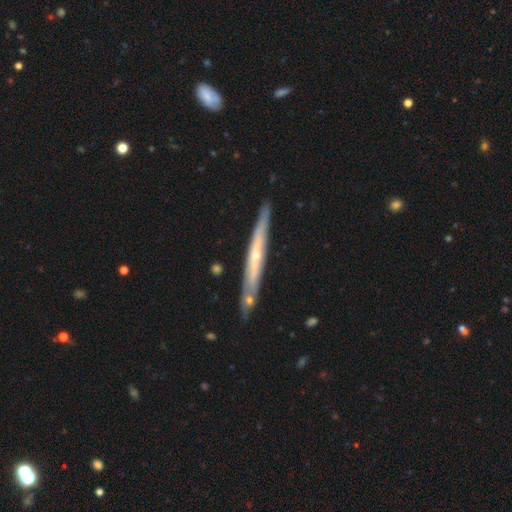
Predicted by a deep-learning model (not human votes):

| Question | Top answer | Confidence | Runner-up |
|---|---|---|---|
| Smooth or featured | featured or disk | 68% | smooth (27%) |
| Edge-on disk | yes | 93% | no (7%) |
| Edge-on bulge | rounded | 53% | none (44%) |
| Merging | none | 85% | minor disturbance (10%) |